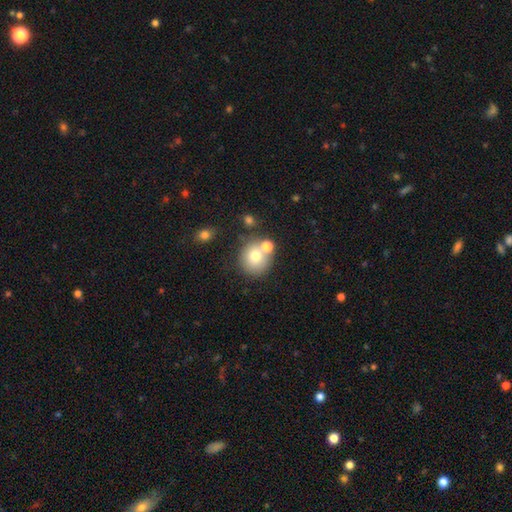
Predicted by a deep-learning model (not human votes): Q: Smooth or featured?
A: smooth (72%); runner-up: featured or disk (16%)
Q: How rounded?
A: round (85%); runner-up: in between (14%)
Q: Merging?
A: none (59%); runner-up: merger (27%)